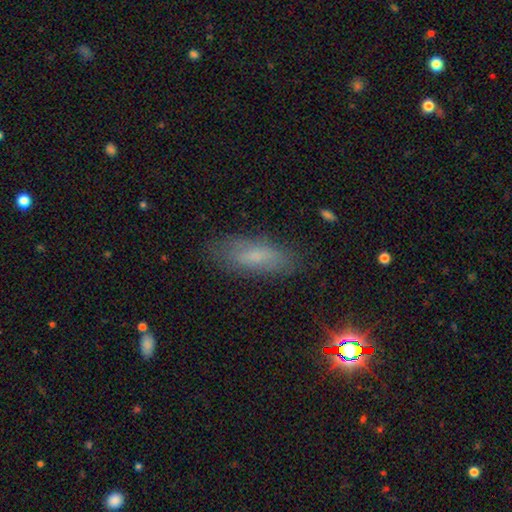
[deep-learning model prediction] Smooth or featured: smooth — 62% (featured or disk — 24%)
How rounded: in between — 62% (cigar-shaped — 35%)
Merging: none — 79% (minor disturbance — 15%)